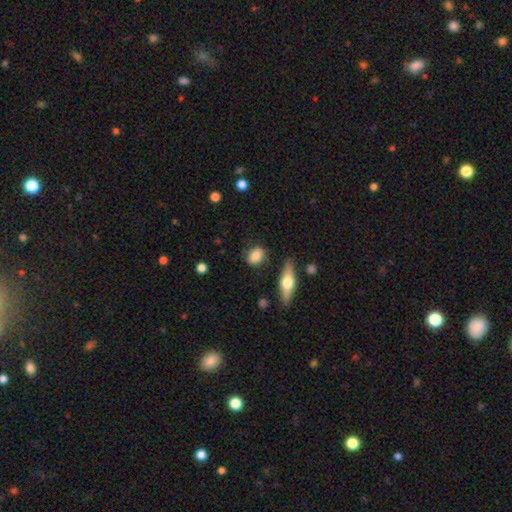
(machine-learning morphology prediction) This appears to be a smooth galaxy with no disk features (79%) that is in between round and cigar-shaped (62%). Merging: none (77%).